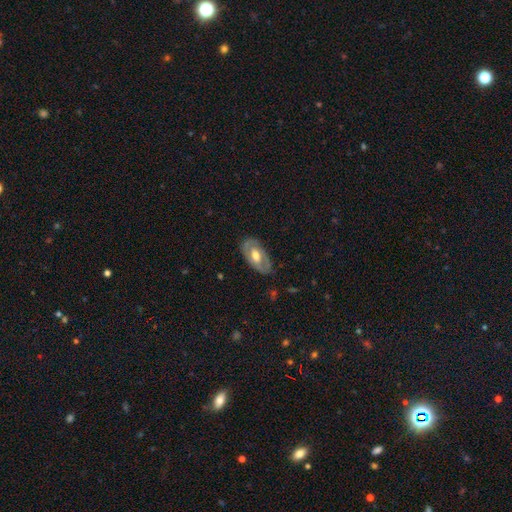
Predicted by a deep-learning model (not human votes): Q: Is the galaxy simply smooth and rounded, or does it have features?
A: featured or disk — 58%.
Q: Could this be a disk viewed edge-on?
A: no — 89%.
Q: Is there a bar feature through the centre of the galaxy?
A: no — 57%.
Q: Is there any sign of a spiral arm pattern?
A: no — 63%.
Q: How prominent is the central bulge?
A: moderate — 65%.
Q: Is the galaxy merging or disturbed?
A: none — 79%.